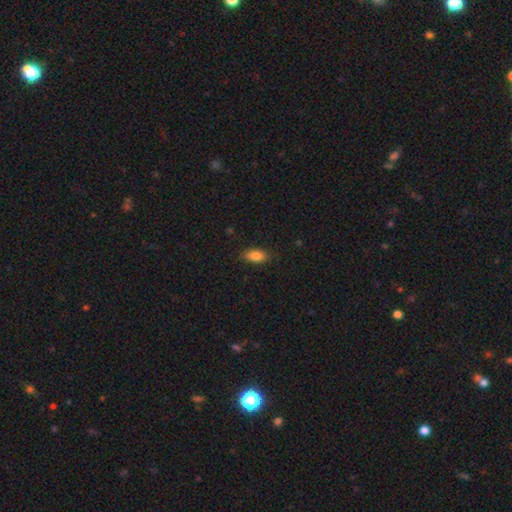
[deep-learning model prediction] smooth 85%, star or artifact 8%, featured or disk 7%. Down the decision tree: how rounded — in between (87%); merging — none (85%).